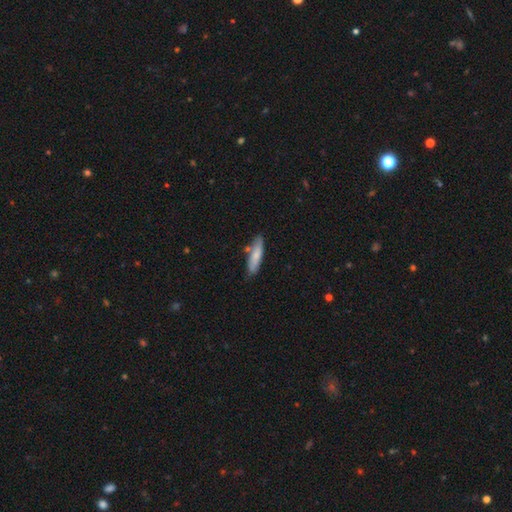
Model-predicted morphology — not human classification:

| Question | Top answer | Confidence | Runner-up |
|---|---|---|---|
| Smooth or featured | smooth | 74% | featured or disk (21%) |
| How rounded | cigar-shaped | 70% | in between (29%) |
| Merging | none | 74% | minor disturbance (17%) |